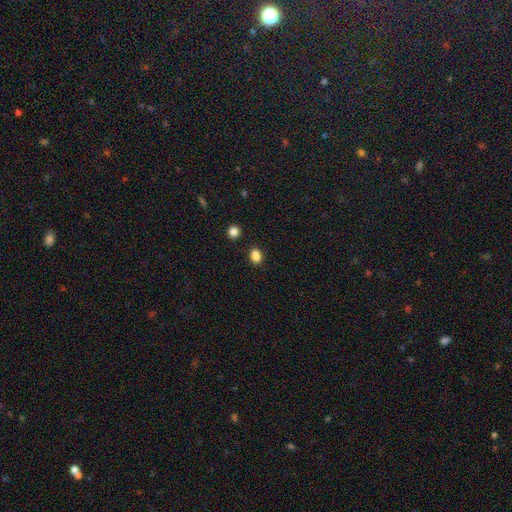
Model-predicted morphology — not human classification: Smooth or featured: smooth — 85% (star or artifact — 11%)
How rounded: in between — 57% (round — 42%)
Merging: none — 86% (minor disturbance — 8%)